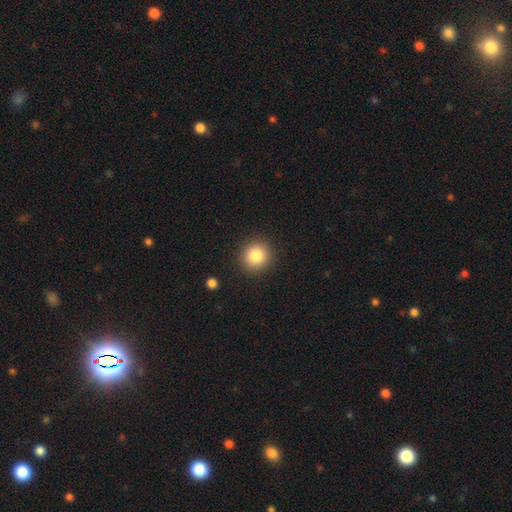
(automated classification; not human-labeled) A smooth galaxy with no disk features (84%) that is round (92%).

Vote fractions:
- Smooth or featured? smooth: 84% / star or artifact: 10% / featured or disk: 6%
- How rounded? round: 92% / in between: 7% / cigar-shaped: 1%
- Merging? none: 90% / minor disturbance: 6% / major disturbance: 2% / merger: 1%